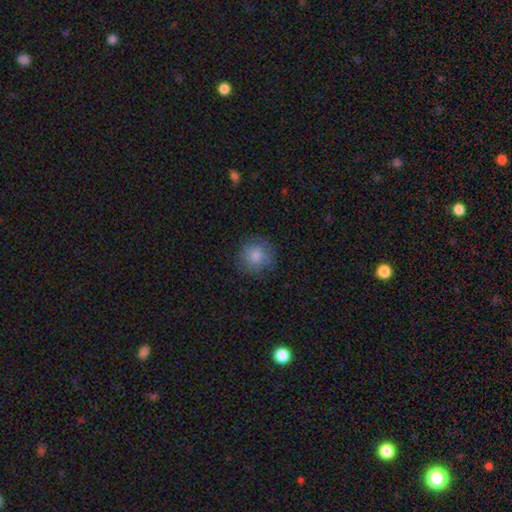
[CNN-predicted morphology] This is clearly a smooth galaxy (84%). How rounded: clearly round (93%). Merging: clearly none (83%).